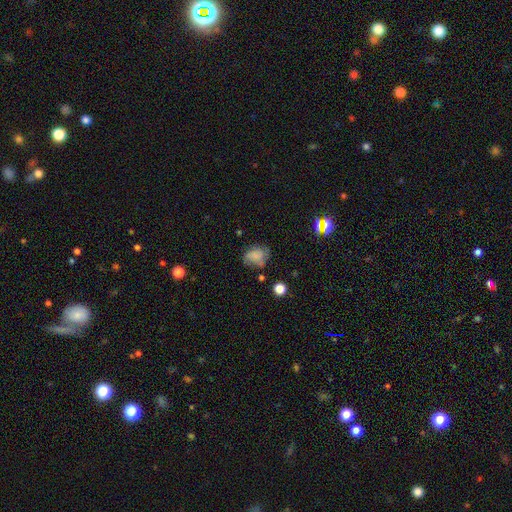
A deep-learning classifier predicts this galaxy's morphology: A smooth galaxy with no disk features (61%) that is in between round and cigar-shaped (61%). Merging: none (49%).